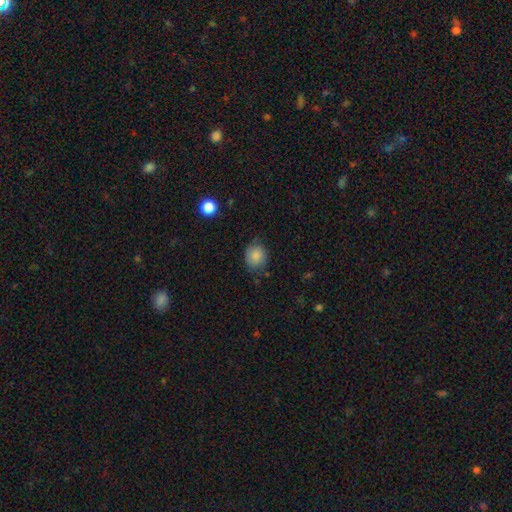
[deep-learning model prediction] A smooth galaxy with no disk features (83%) that is round (68%). Merging: none (72%).